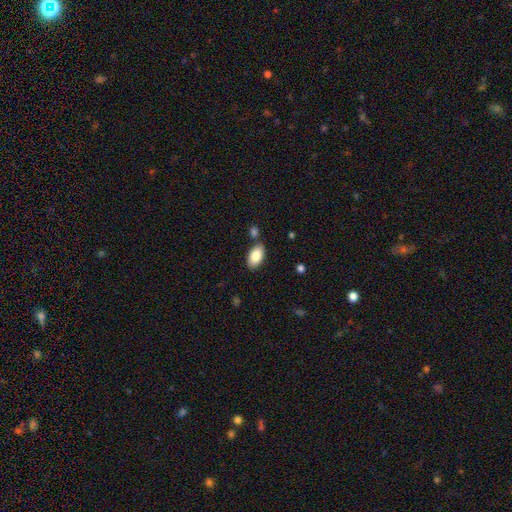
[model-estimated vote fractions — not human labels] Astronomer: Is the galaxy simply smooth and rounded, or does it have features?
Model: smooth — 86%.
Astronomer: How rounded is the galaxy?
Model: in between — 95%.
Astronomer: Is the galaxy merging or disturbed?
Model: none — 78%.